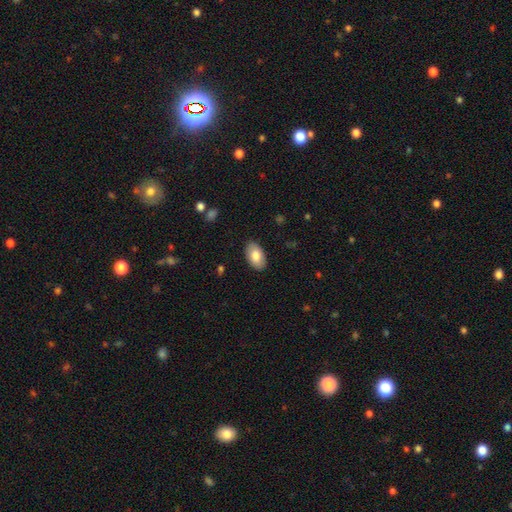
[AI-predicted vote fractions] Morphology: type=smooth (79%); roundness=in between (94%); merging=none (88%).